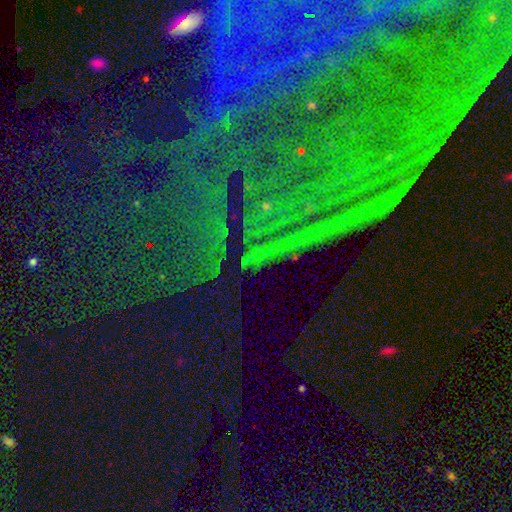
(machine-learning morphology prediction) type=star or artifact (84%).